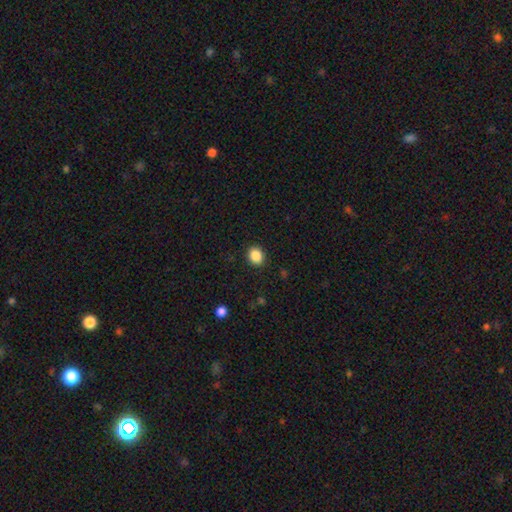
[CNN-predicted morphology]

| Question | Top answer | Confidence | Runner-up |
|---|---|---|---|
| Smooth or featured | smooth | 88% | star or artifact (9%) |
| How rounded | round | 58% | in between (41%) |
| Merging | none | 90% | minor disturbance (7%) |